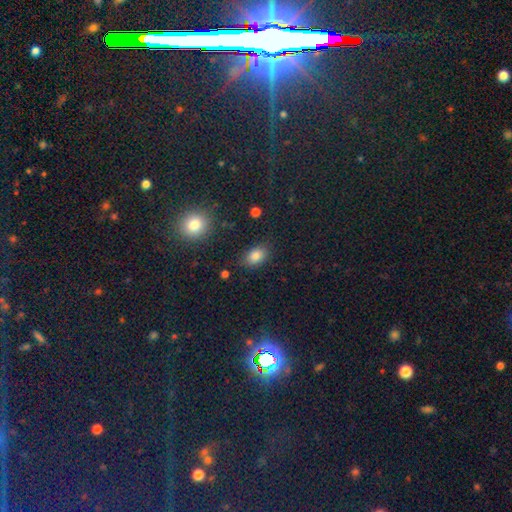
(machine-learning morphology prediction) Smooth or featured: smooth — 81% (star or artifact — 12%)
How rounded: in between — 82% (round — 16%)
Merging: none — 80% (minor disturbance — 14%)